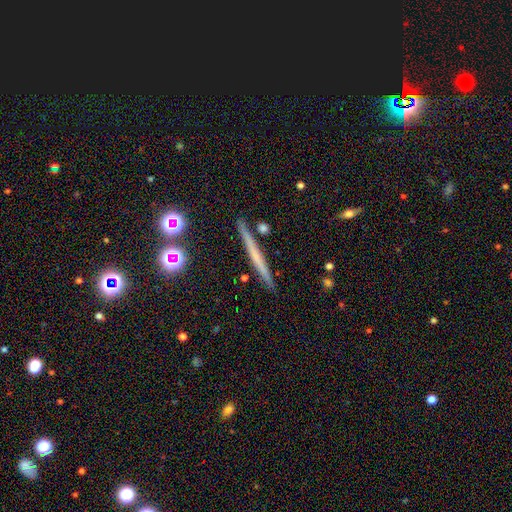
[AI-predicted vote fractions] Smooth or featured?
  - featured or disk: 48% *
  - smooth: 41%
  - star or artifact: 11%
Merging?
  - none: 90% *
  - minor disturbance: 7%
  - merger: 2%
  - major disturbance: 2%